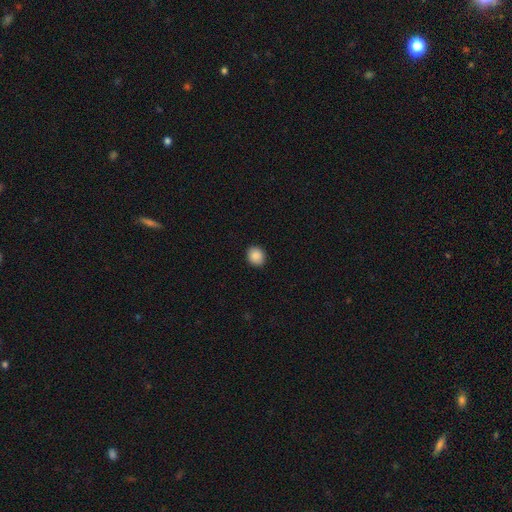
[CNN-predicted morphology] This appears to be a smooth galaxy with no disk features (88%) that is round (75%). Merging: none (91%).